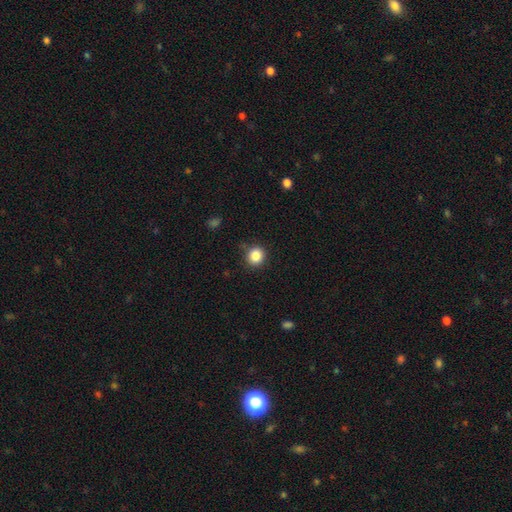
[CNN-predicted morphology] Smooth or featured?
  - smooth: 86% *
  - star or artifact: 10%
  - featured or disk: 4%
How rounded?
  - round: 89% *
  - in between: 10%
  - cigar-shaped: 1%
Merging?
  - none: 87% *
  - minor disturbance: 9%
  - major disturbance: 3%
  - merger: 2%